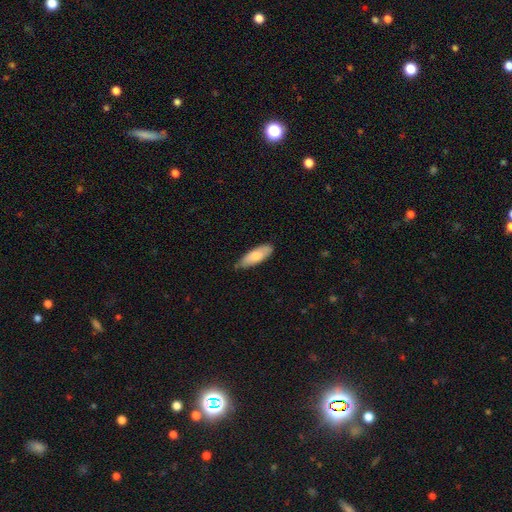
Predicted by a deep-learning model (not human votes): Smooth or featured: smooth — 77% (featured or disk — 18%)
How rounded: in between — 65% (cigar-shaped — 34%)
Merging: none — 72% (minor disturbance — 24%)